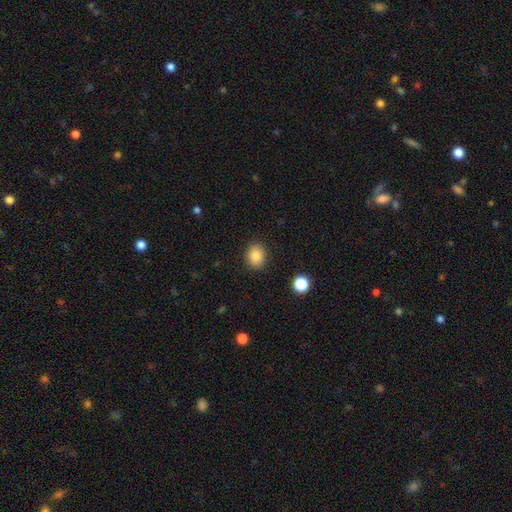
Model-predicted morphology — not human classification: Overall: smooth (85%). How rounded: round (62%; in between 37%). Merging: none (89%).